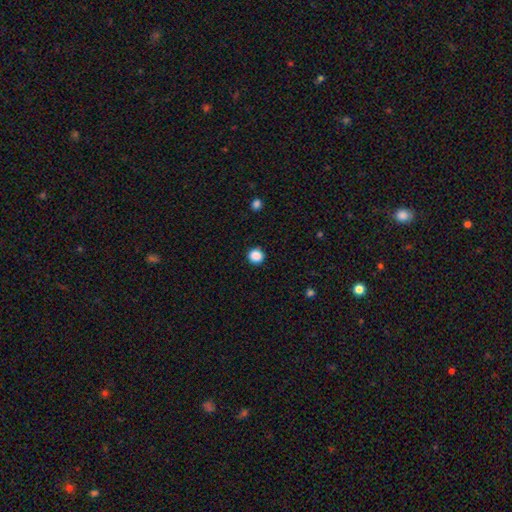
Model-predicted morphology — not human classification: Smooth or featured: smooth — 87% (star or artifact — 10%)
How rounded: round — 93% (in between — 6%)
Merging: none — 92% (minor disturbance — 5%)